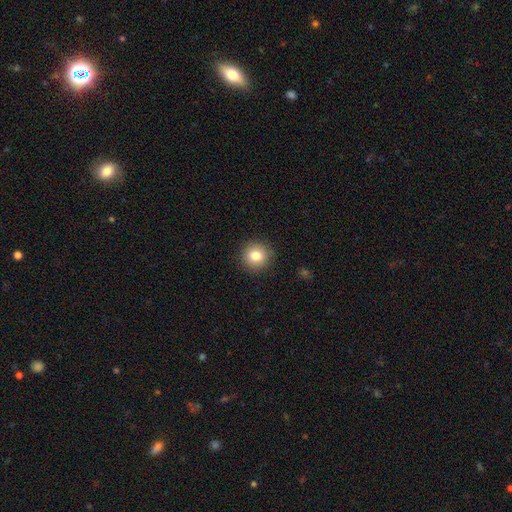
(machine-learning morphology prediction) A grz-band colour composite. It shows a smooth galaxy with no disk features (82%) that is round (90%). Merging: none (90%).